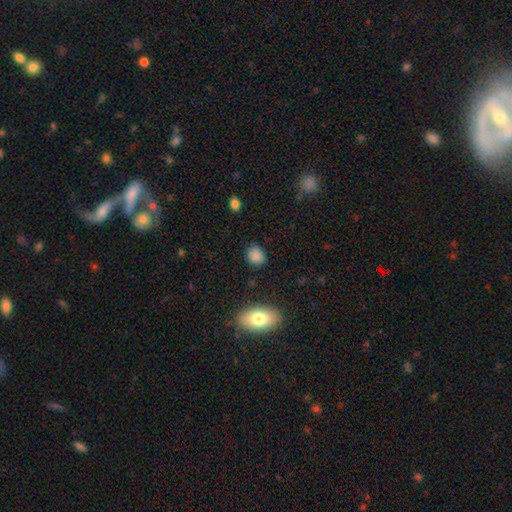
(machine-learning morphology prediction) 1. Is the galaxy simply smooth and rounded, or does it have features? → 86% smooth, 10% star or artifact, 5% featured or disk.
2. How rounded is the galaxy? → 68% round, 30% in between, 1% cigar-shaped.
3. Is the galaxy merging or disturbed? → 81% none, 14% minor disturbance, 3% major disturbance, 2% merger.